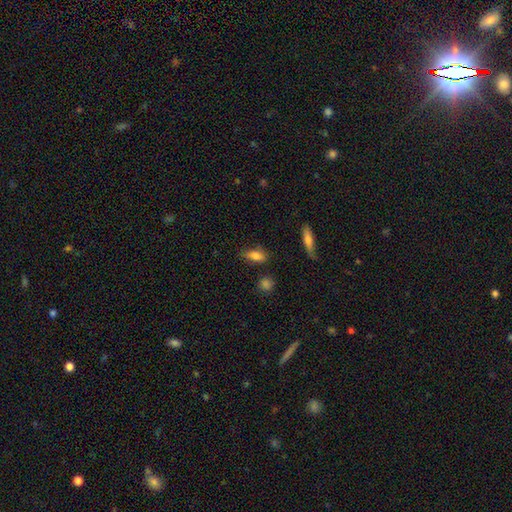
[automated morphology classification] Smooth or featured?
  - smooth: 82% *
  - featured or disk: 10%
  - star or artifact: 8%
How rounded?
  - in between: 79% *
  - cigar-shaped: 17%
  - round: 5%
Merging?
  - none: 71% *
  - minor disturbance: 21%
  - major disturbance: 5%
  - merger: 3%